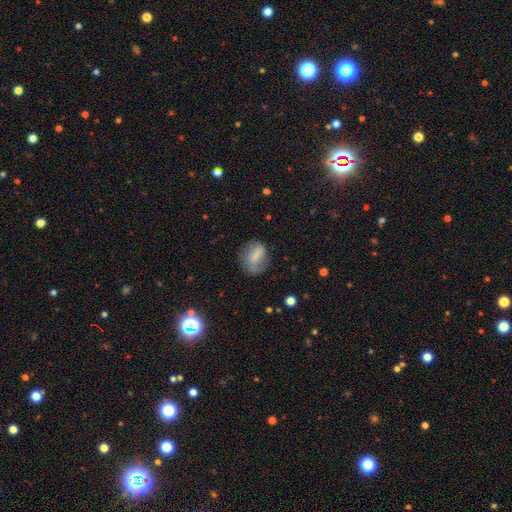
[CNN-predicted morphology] Q: Smooth or featured?
A: smooth (70%); runner-up: featured or disk (21%)
Q: How rounded?
A: in between (62%); runner-up: round (35%)
Q: Merging?
A: none (59%); runner-up: minor disturbance (25%)